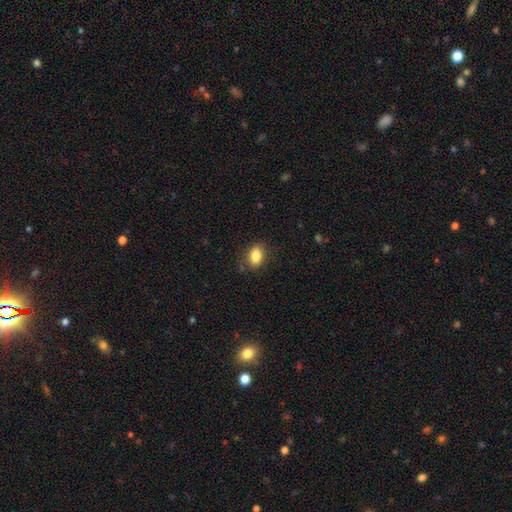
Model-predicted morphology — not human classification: The model was most divided on "merging": none: 80%, minor disturbance: 15%, major disturbance: 4%, merger: 2%. More confident: how rounded — in between (84%); smooth or featured — smooth (84%).